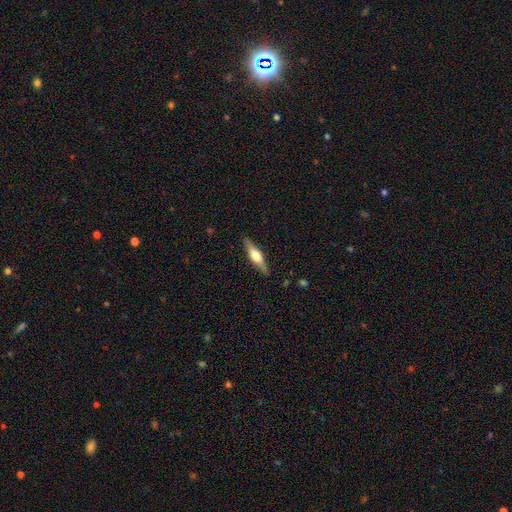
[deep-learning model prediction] Smooth or featured? Predicted: featured or disk (p=0.57). Edge-on disk? Predicted: yes (p=0.95). Edge-on bulge? Predicted: rounded (p=0.90). Merging? Predicted: none (p=0.89).